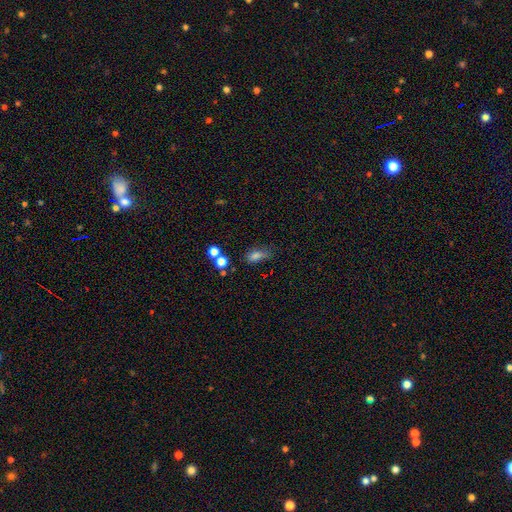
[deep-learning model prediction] Smooth or featured: smooth — 75% (star or artifact — 14%)
How rounded: in between — 74% (cigar-shaped — 14%)
Merging: none — 48% (minor disturbance — 29%)